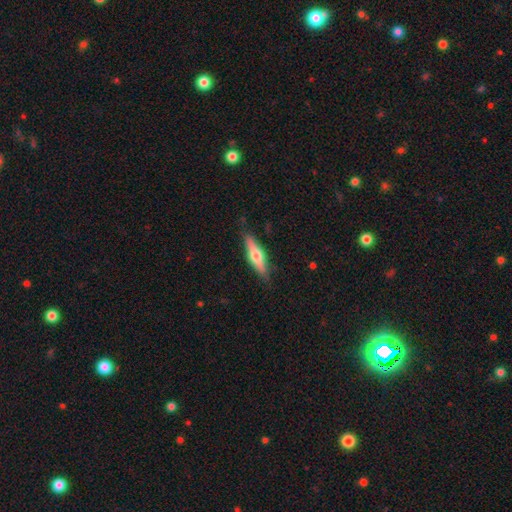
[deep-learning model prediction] Morphology: type=featured or disk (50%); edge-on=yes (92%); merging=none (85%).